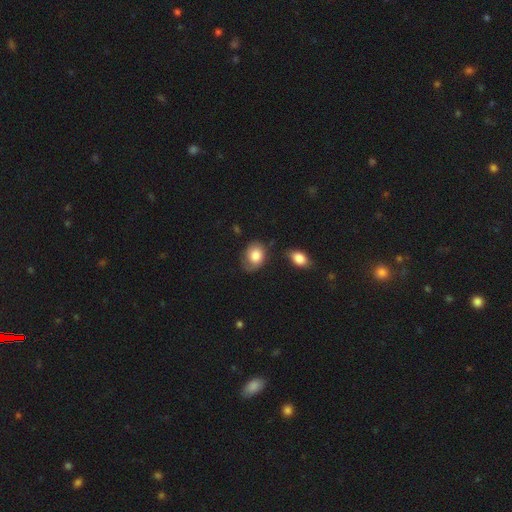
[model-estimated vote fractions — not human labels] Smooth or featured?
  - smooth: 77% *
  - featured or disk: 16%
  - star or artifact: 7%
How rounded?
  - in between: 63% *
  - round: 36%
  - cigar-shaped: 1%
Merging?
  - none: 56% *
  - minor disturbance: 28%
  - major disturbance: 10%
  - merger: 6%